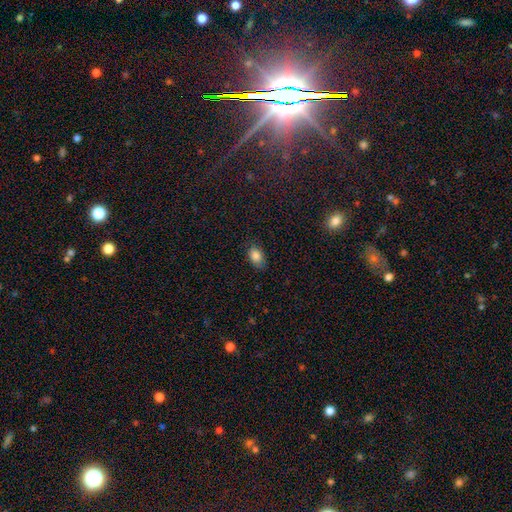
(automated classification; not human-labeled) Q: Smooth or featured?
A: smooth (85%); runner-up: star or artifact (9%)
Q: How rounded?
A: in between (87%); runner-up: round (11%)
Q: Merging?
A: none (80%); runner-up: minor disturbance (16%)